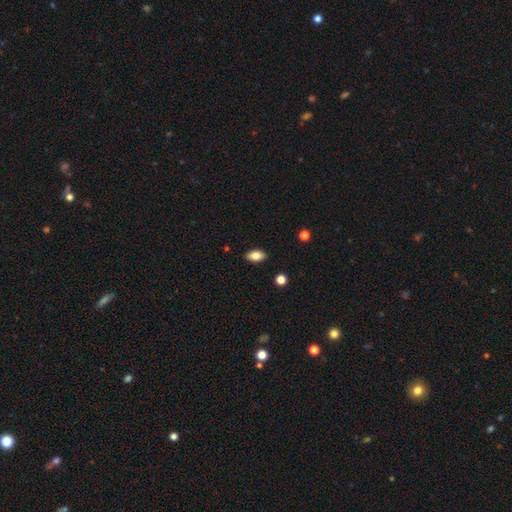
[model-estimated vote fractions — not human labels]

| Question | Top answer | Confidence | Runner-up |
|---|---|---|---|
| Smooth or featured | smooth | 80% | featured or disk (13%) |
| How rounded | in between | 90% | cigar-shaped (5%) |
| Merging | none | 89% | minor disturbance (8%) |